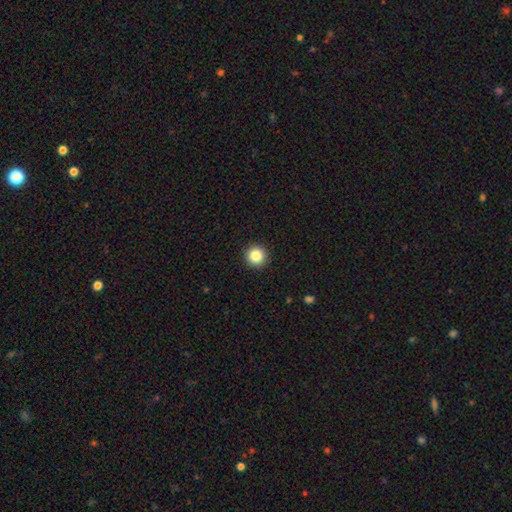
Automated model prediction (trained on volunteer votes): Smooth or featured?
  - smooth: 85% *
  - star or artifact: 10%
  - featured or disk: 5%
How rounded?
  - round: 96% *
  - in between: 3%
  - cigar-shaped: 1%
Merging?
  - none: 93% *
  - minor disturbance: 4%
  - major disturbance: 2%
  - merger: 1%